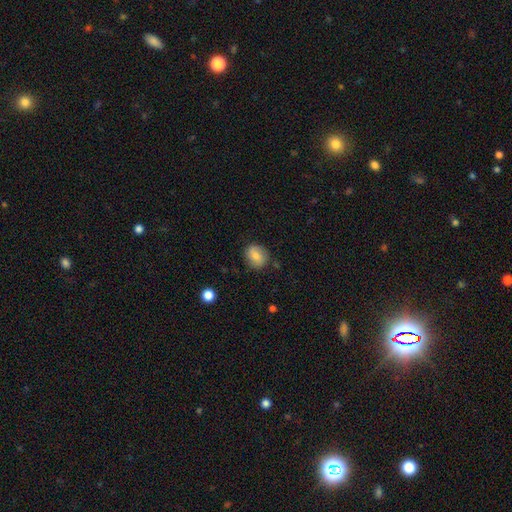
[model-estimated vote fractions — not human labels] smooth-or-featured: smooth: 76% | featured or disk: 15% | star or artifact: 8%
  how-rounded: round: 68% | in between: 31% | cigar-shaped: 1%
  merging: none: 80% | minor disturbance: 15% | major disturbance: 3% | merger: 2%